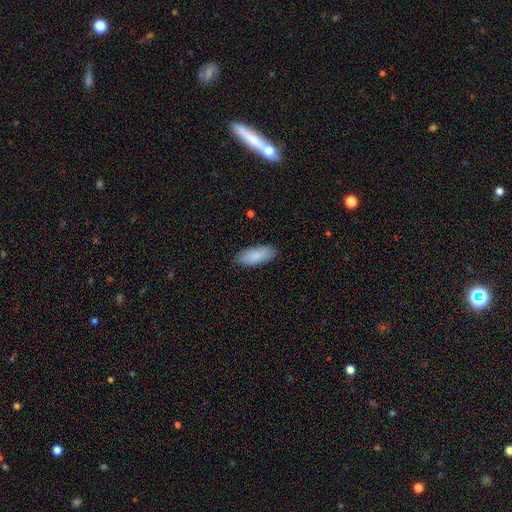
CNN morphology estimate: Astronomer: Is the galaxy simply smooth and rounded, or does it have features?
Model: smooth — 88%.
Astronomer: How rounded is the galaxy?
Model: in between — 85%.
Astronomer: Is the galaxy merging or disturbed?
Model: none — 87%.